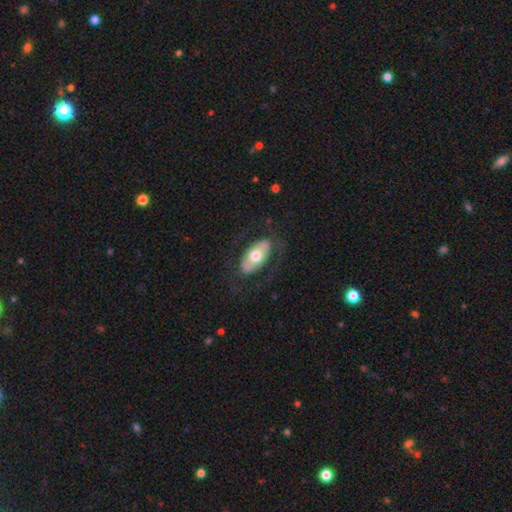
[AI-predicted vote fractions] Smooth or featured: smooth — 50% (featured or disk — 45%)
Merging: none — 75% (minor disturbance — 13%)